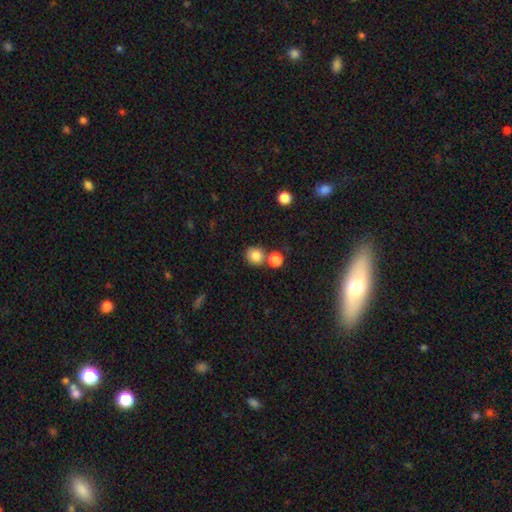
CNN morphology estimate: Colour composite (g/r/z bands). It shows a smooth galaxy with no disk features (84%) that is round (84%). Merging: none (68%).